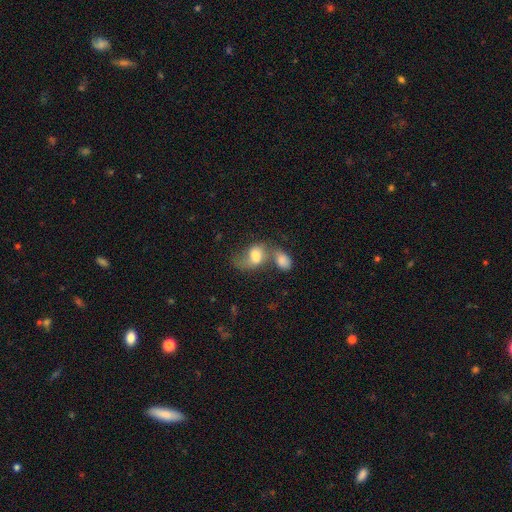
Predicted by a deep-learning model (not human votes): The model was most divided on "smooth or featured": smooth: 57%, featured or disk: 34%, star or artifact: 9%. More confident: how rounded — in between (78%); merging — merger (60%).